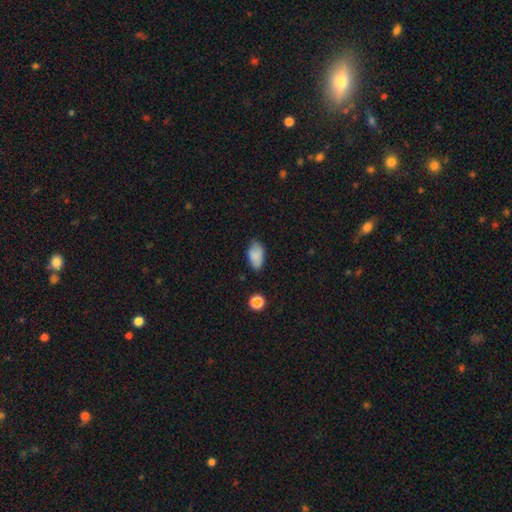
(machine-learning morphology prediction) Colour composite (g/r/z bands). It shows a smooth galaxy with no disk features (84%) that is in between round and cigar-shaped (91%). Merging: none (71%).